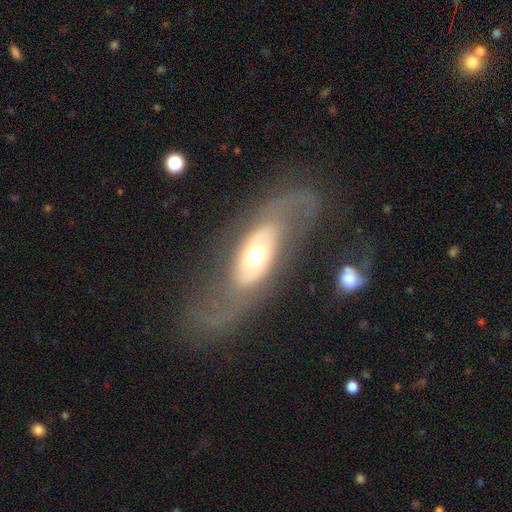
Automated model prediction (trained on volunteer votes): Smooth or featured?
  - featured or disk: 74% *
  - smooth: 21%
  - star or artifact: 5%
Edge-on disk?
  - no: 85% *
  - yes: 15%
Bar?
  - no: 71% *
  - weak: 19%
  - strong: 11%
Spiral arms?
  - yes: 63% *
  - no: 37%
Bulge size?
  - moderate: 64% *
  - large: 22%
  - small: 10%
  - dominant: 3%
  - none: 1%
Merging?
  - none: 64% *
  - major disturbance: 20%
  - minor disturbance: 14%
  - merger: 3%